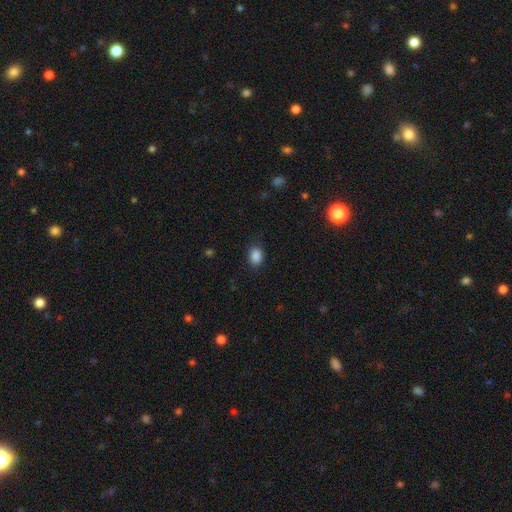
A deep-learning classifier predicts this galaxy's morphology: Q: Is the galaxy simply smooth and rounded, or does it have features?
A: smooth — 87%.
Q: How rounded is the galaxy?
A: in between — 61%.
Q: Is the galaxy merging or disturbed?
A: none — 84%.